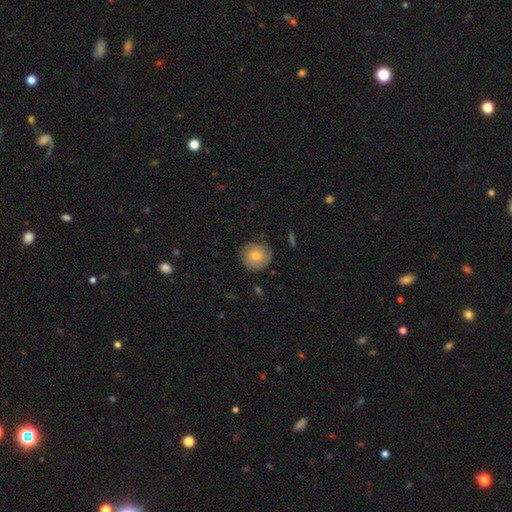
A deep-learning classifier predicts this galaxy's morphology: Smooth or featured? featured or disk (56%)
Edge-on disk? no (97%)
Bar? no (62%)
Spiral arms? yes (88%)
Bulge size? moderate (52%)
Merging? none (80%)